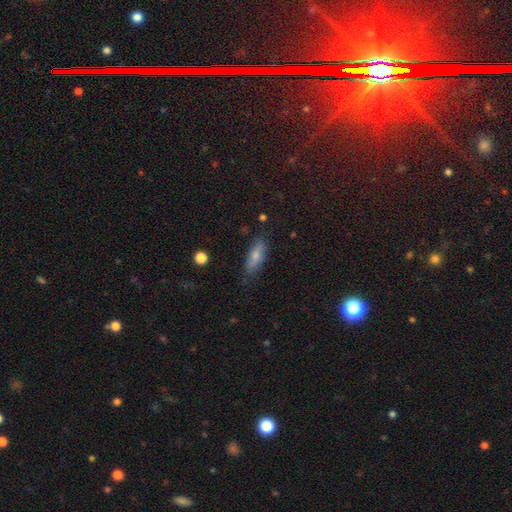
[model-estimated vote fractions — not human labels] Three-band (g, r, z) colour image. It shows a smooth galaxy with no disk features (72%) that is in between round and cigar-shaped (62%). Merging: none (78%).